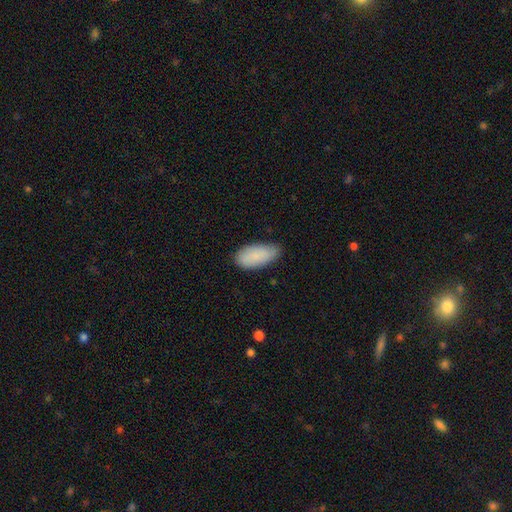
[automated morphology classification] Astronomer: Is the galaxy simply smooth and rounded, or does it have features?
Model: smooth — 87%.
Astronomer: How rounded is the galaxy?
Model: in between — 92%.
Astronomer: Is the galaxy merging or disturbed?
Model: none — 72%.